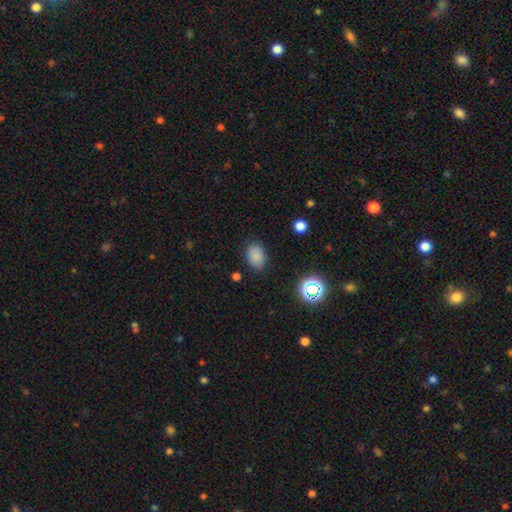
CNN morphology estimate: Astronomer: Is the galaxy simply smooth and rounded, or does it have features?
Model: smooth — 83%.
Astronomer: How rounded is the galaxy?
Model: in between — 82%.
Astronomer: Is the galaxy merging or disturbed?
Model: none — 81%.